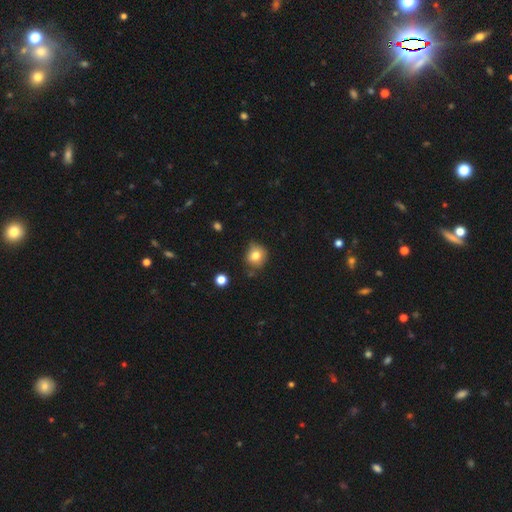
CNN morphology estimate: smooth 79%, star or artifact 11%, featured or disk 10%. Down the decision tree: how rounded — round (82%); merging — none (74%).